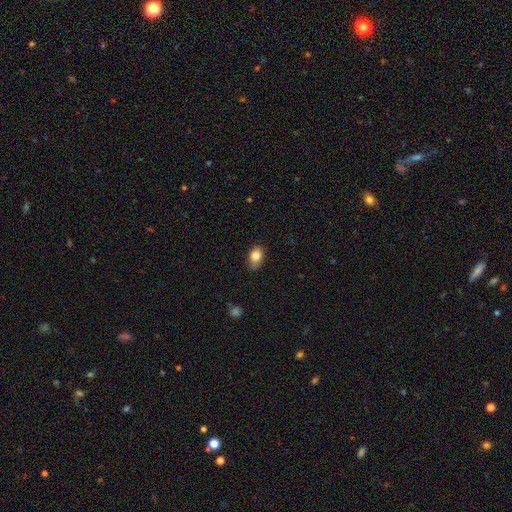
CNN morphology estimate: type=smooth (83%); roundness=in between (79%); merging=none (68%).